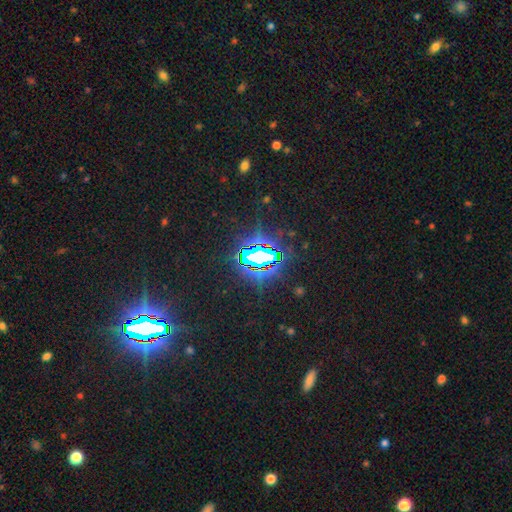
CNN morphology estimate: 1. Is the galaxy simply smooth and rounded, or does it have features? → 80% star or artifact, 10% smooth, 10% featured or disk.